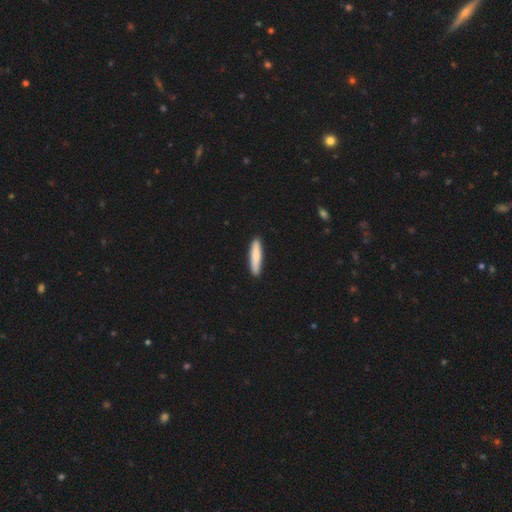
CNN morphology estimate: This appears to be a smooth galaxy with no disk features (81%) that is cigar-shaped (87%). Merging: none (91%).